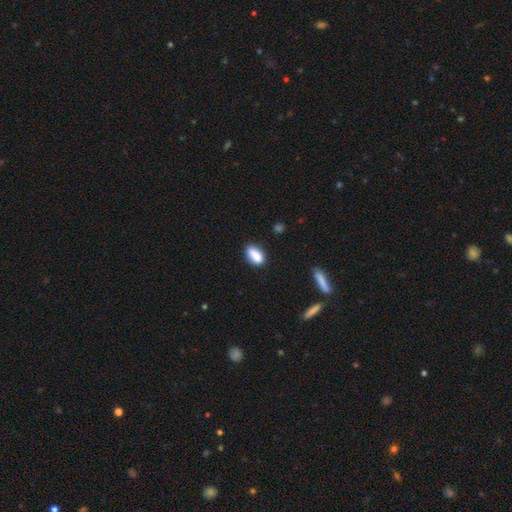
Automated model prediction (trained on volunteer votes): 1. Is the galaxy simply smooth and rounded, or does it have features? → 83% smooth, 9% featured or disk, 8% star or artifact.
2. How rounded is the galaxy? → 84% in between, 9% cigar-shaped, 7% round.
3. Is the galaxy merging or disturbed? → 69% none, 18% minor disturbance, 9% merger, 4% major disturbance.